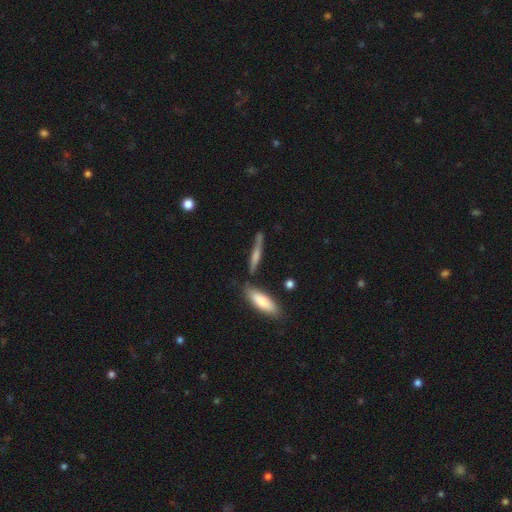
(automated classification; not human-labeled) Q: Smooth or featured?
A: smooth (45%); runner-up: featured or disk (44%)
Q: Merging?
A: none (74%); runner-up: minor disturbance (13%)